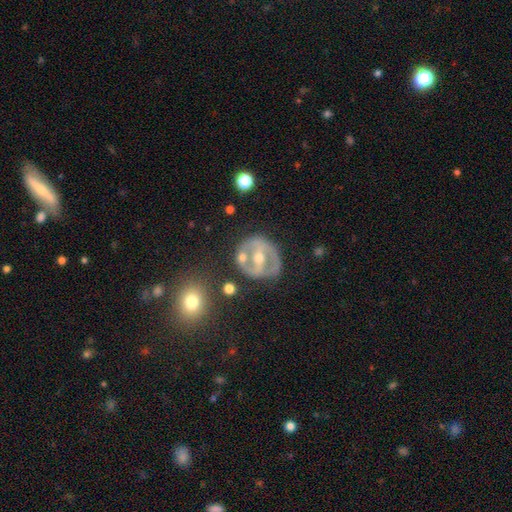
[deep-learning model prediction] Smooth or featured?
  - featured or disk: 77% *
  - smooth: 16%
  - star or artifact: 7%
Edge-on disk?
  - no: 94% *
  - yes: 6%
Bar?
  - strong: 51% *
  - weak: 29%
  - no: 20%
Spiral arms?
  - no: 53% *
  - yes: 47%
Bulge size?
  - moderate: 60% *
  - small: 35%
  - large: 2%
  - none: 1%
  - dominant: 1%
Merging?
  - none: 69% *
  - minor disturbance: 17%
  - major disturbance: 9%
  - merger: 6%